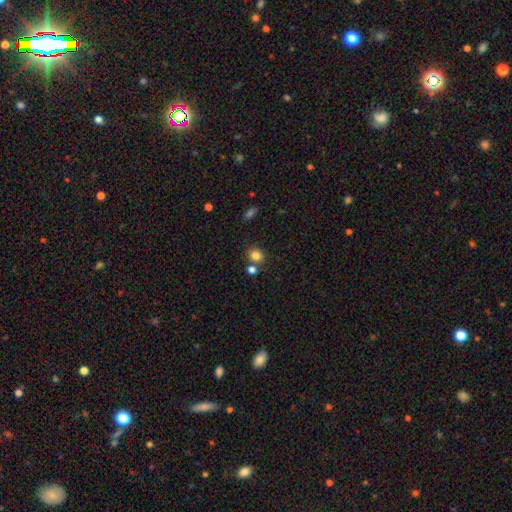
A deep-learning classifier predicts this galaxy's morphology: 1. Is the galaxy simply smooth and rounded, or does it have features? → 82% smooth, 12% star or artifact, 6% featured or disk.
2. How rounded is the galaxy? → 80% round, 19% in between, 1% cigar-shaped.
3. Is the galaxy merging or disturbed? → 71% none, 16% merger, 10% minor disturbance, 3% major disturbance.